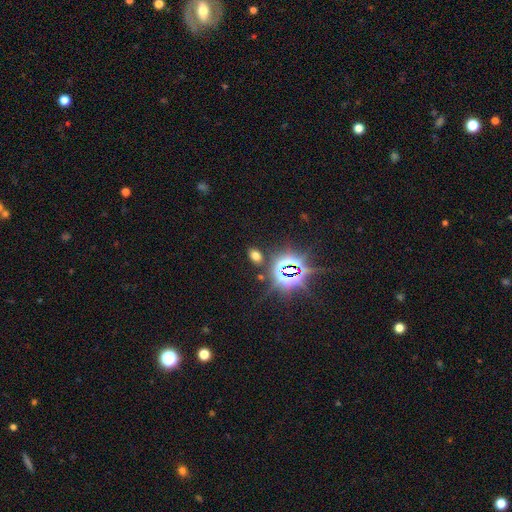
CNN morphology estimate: smooth 54%, star or artifact 39%, featured or disk 7%. Down the decision tree: how rounded — in between (83%); merging — none (85%).